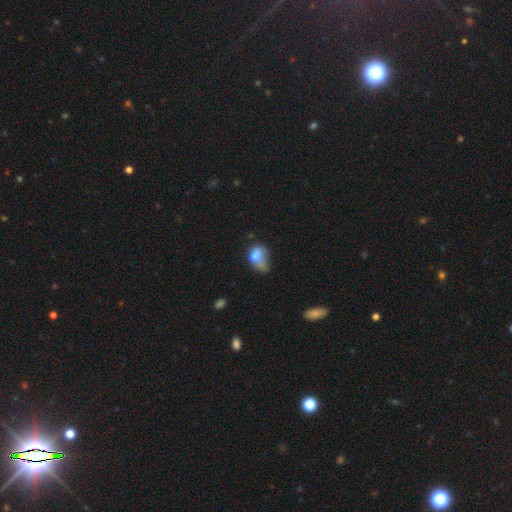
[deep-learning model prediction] A smooth galaxy with no disk features (70%) that is in between round and cigar-shaped (75%). Merging: major disturbance (37%).